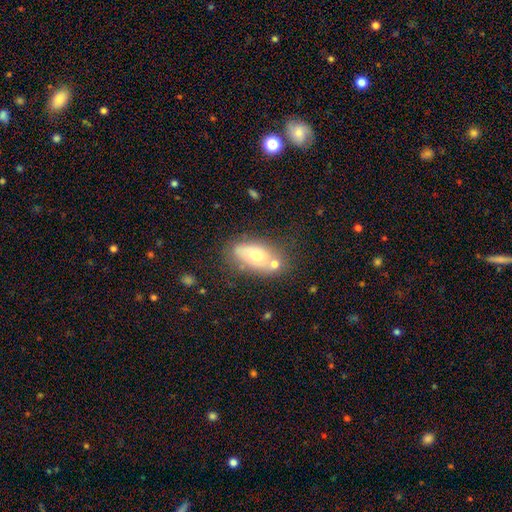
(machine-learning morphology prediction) smooth_or_featured: smooth (p=0.62) [alt: featured or disk p=0.28]
how_rounded: in between (p=0.86) [alt: round p=0.09]
merging: none (p=0.56) [alt: merger p=0.20]